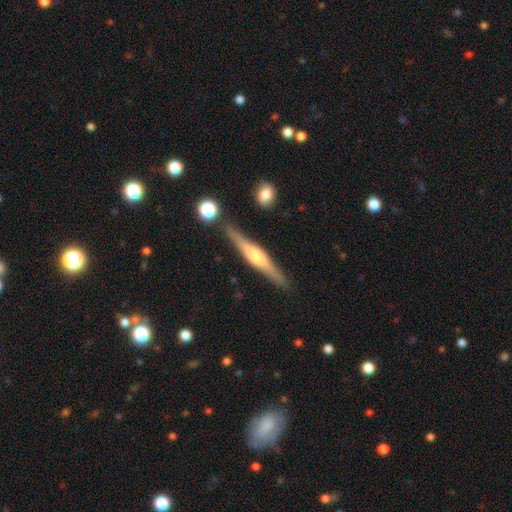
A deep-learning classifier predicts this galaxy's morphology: This is likely a featured or disk galaxy (69%). It is clearly viewed edge-on (97%). Edge-on bulge: clearly rounded (84%). Merging: clearly none (87%).